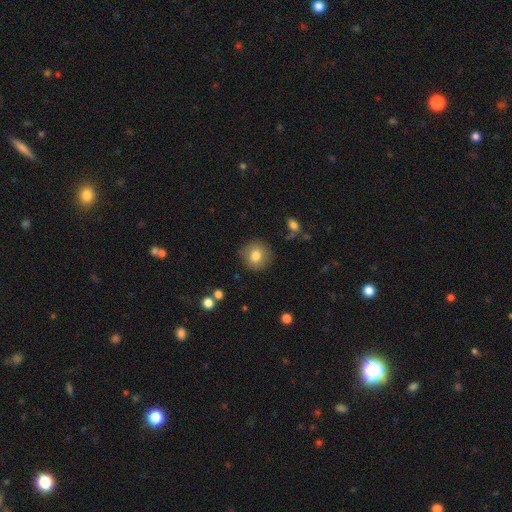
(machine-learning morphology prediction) Smooth or featured? smooth (80%)
How rounded? round (91%)
Merging? none (87%)